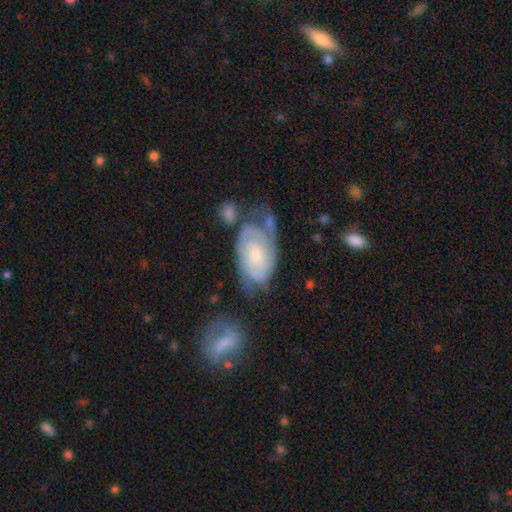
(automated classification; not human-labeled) featured or disk 71%, smooth 22%, star or artifact 6%. Down the decision tree: edge-on disk — no (96%); bar — no (65%); spiral arms — yes (90%); spiral arm count — 2 (55%); spiral winding — tight (55%); bulge size — moderate (43%); merging — none (43%).